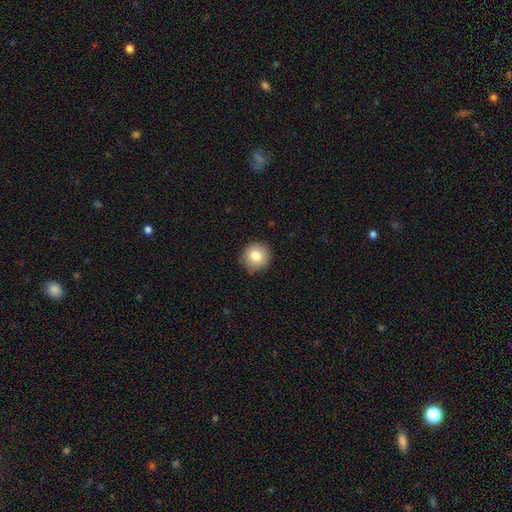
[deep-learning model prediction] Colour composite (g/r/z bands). It shows a smooth galaxy with no disk features (81%) that is round (93%). Merging: none (88%).